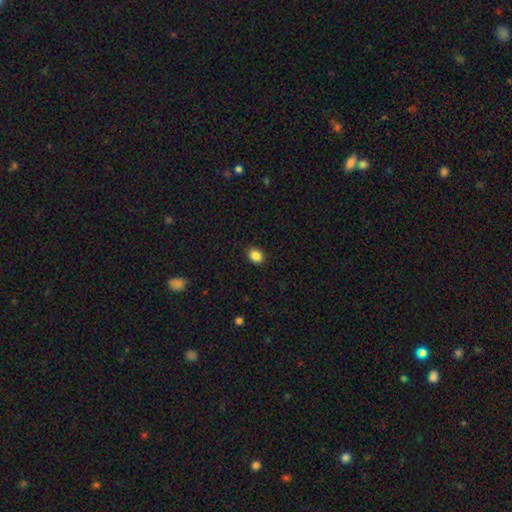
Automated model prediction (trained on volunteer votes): Morphology: type=smooth (86%); roundness=in between (54%); merging=none (91%).